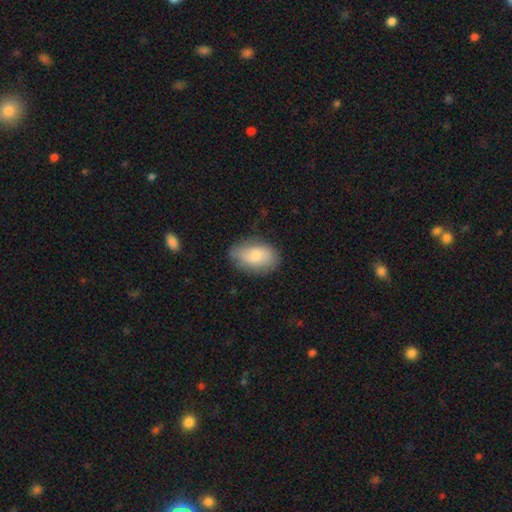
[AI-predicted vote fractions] Overall: smooth (75%). How rounded: in between (91%). Merging: none (73%).